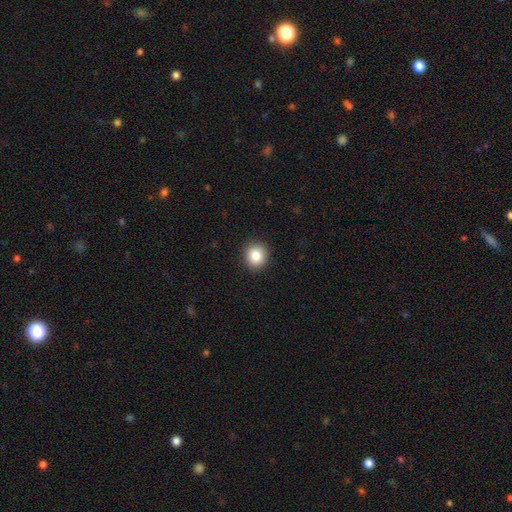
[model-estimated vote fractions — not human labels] This is clearly a smooth galaxy (85%). How rounded: clearly round (87%). Merging: clearly none (91%).